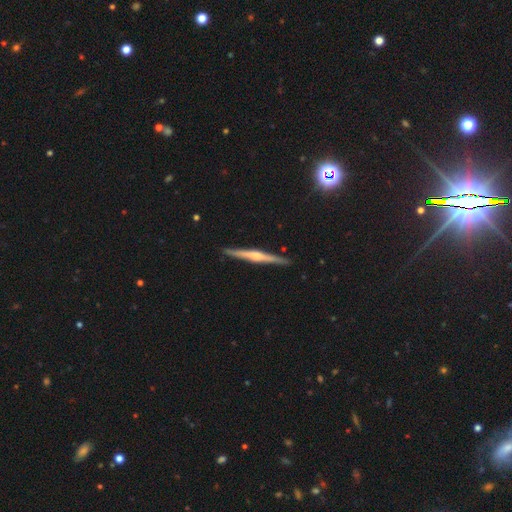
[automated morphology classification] This appears to be a featured or disk galaxy (73%) viewed edge-on (98%) with a rounded central bulge (70%). Merging: none (91%).